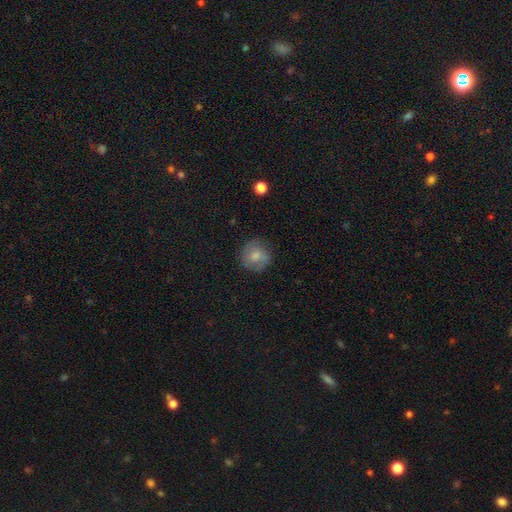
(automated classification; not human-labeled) smooth 75%, featured or disk 16%, star or artifact 8%. Down the decision tree: how rounded — round (91%); merging — none (77%).